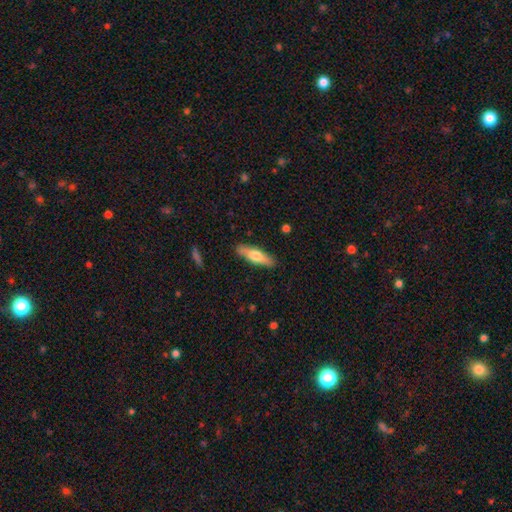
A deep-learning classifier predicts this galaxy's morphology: Overall: smooth (59%; featured or disk 35%). How rounded: cigar-shaped (67%; in between 31%). Merging: none (88%).